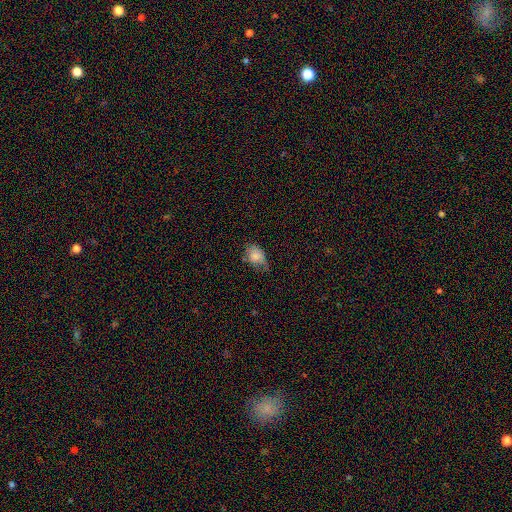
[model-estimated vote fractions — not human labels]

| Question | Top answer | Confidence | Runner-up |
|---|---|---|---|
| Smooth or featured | smooth | 78% | featured or disk (12%) |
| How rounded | in between | 77% | round (21%) |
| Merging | none | 45% | minor disturbance (40%) |